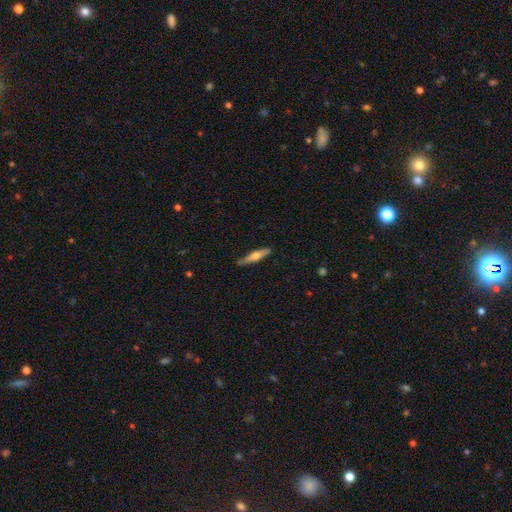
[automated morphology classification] Smooth or featured?
  - smooth: 49% *
  - featured or disk: 46%
  - star or artifact: 5%
Merging?
  - none: 83% *
  - minor disturbance: 13%
  - major disturbance: 2%
  - merger: 2%